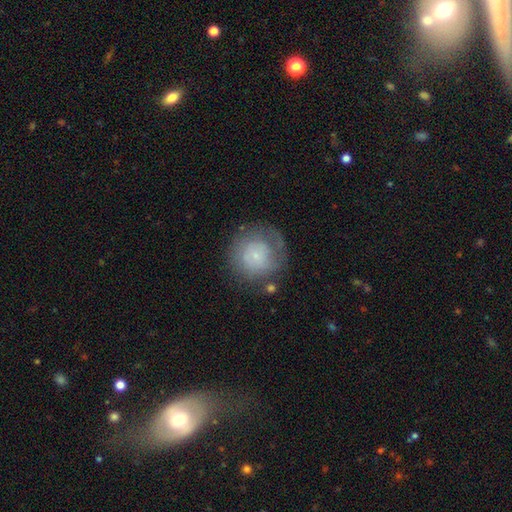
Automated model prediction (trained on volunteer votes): Smooth or featured? smooth (51%)
How rounded? round (93%)
Merging? none (65%)